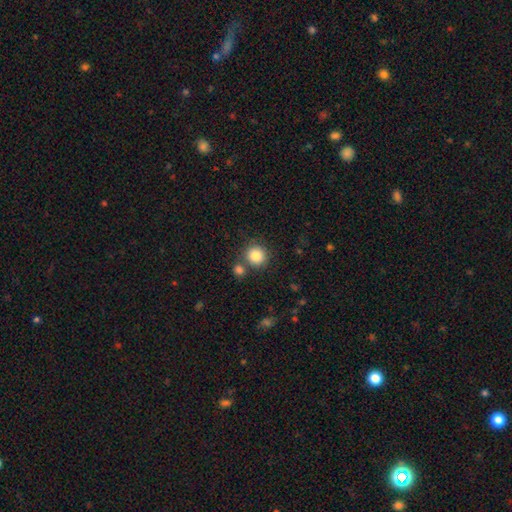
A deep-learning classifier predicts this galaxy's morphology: A smooth galaxy with no disk features (86%) that is round (90%). Merging: none (72%).